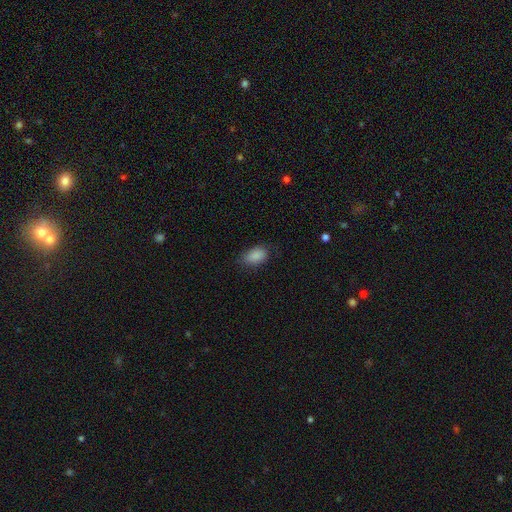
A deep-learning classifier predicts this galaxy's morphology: smooth 88%, star or artifact 8%, featured or disk 4%. Down the decision tree: how rounded — in between (89%); merging — none (74%).